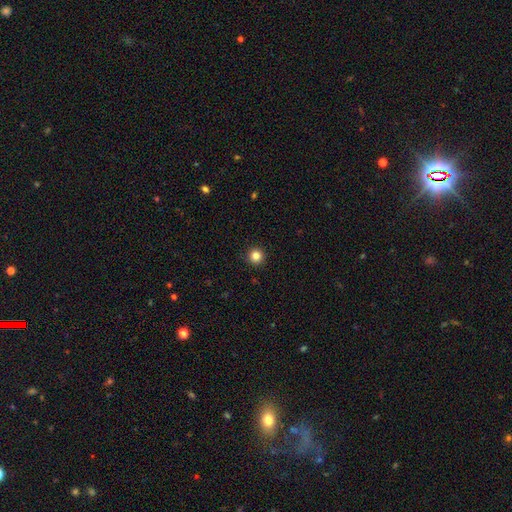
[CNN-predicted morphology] Q: Smooth or featured?
A: smooth (84%); runner-up: star or artifact (12%)
Q: How rounded?
A: round (96%); runner-up: in between (3%)
Q: Merging?
A: none (93%); runner-up: minor disturbance (4%)